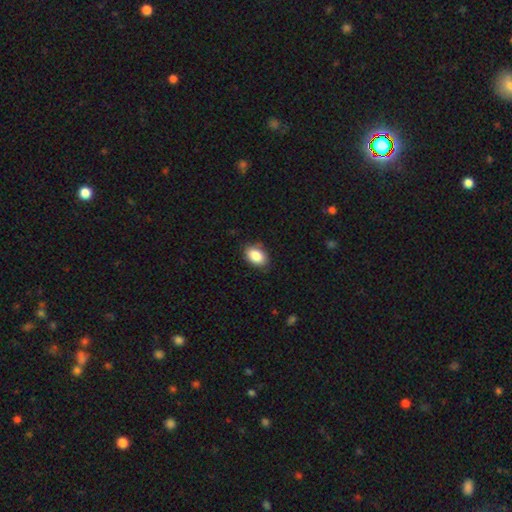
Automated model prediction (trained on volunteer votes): Morphology: type=smooth (87%); roundness=in between (87%); merging=none (82%).